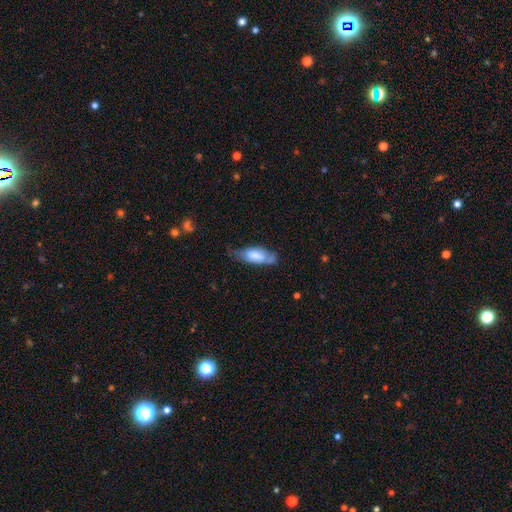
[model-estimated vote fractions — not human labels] Q: Smooth or featured?
A: smooth (68%); runner-up: featured or disk (26%)
Q: How rounded?
A: in between (74%); runner-up: cigar-shaped (24%)
Q: Merging?
A: none (47%); runner-up: minor disturbance (37%)